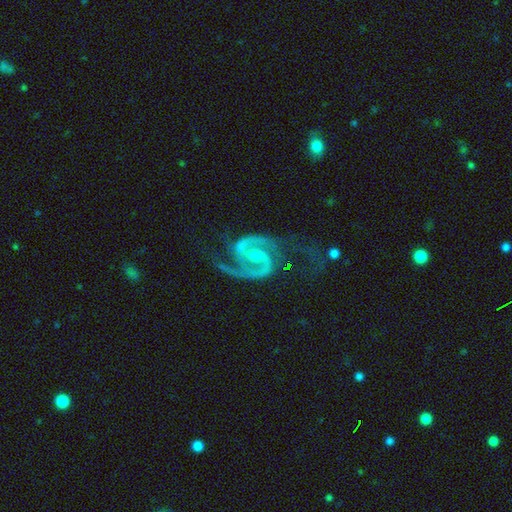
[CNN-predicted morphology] type=featured or disk (94%); edge-on=no (98%); bar=weak (45%); spiral arms=yes (99%); winding=medium (62%); arm count=2 (93%); bulge=small (56%); merging=none (62%).